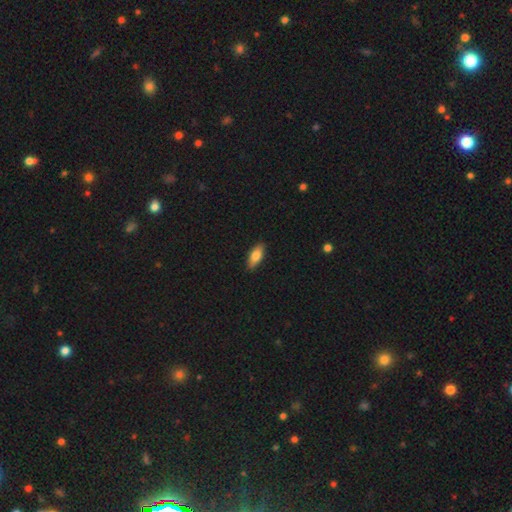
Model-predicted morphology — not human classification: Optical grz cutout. It shows a smooth galaxy with no disk features (77%) that is in between round and cigar-shaped (80%). Merging: none (89%).